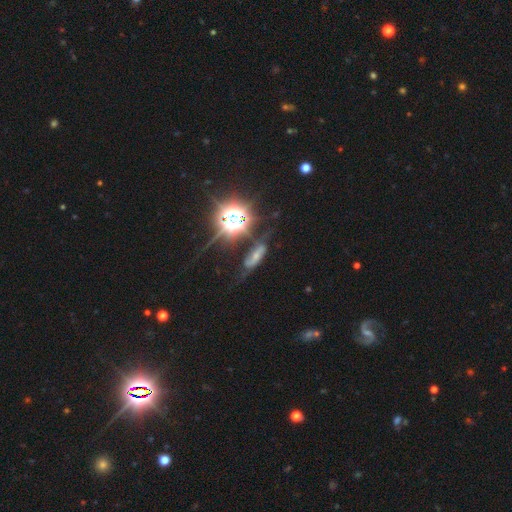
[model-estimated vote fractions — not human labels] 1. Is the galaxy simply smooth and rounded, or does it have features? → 39% featured or disk, 34% star or artifact, 27% smooth.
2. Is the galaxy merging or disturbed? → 53% none, 23% minor disturbance, 17% major disturbance, 7% merger.